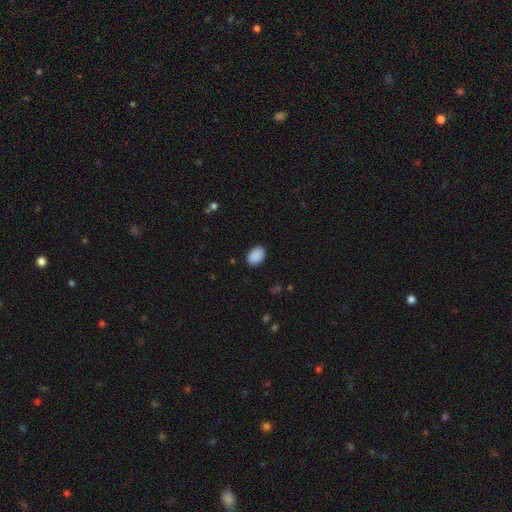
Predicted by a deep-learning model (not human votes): Smooth or featured?
  - smooth: 90% *
  - star or artifact: 7%
  - featured or disk: 3%
How rounded?
  - in between: 82% *
  - round: 17%
  - cigar-shaped: 1%
Merging?
  - none: 87% *
  - minor disturbance: 10%
  - major disturbance: 2%
  - merger: 1%